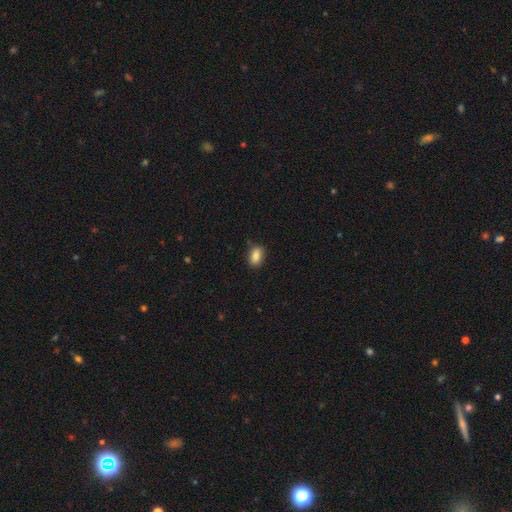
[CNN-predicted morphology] Smooth or featured?
  - smooth: 85% *
  - star or artifact: 8%
  - featured or disk: 6%
How rounded?
  - in between: 85% *
  - round: 13%
  - cigar-shaped: 2%
Merging?
  - none: 83% *
  - minor disturbance: 13%
  - major disturbance: 2%
  - merger: 1%